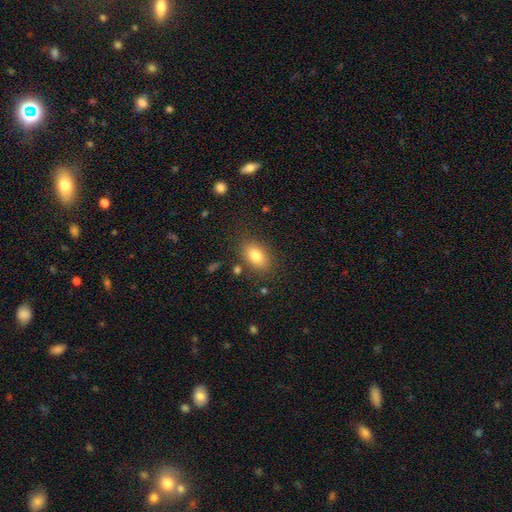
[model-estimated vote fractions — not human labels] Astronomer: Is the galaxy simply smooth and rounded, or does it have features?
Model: smooth — 79%.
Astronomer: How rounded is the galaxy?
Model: in between — 84%.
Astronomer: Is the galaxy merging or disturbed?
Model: none — 81%.